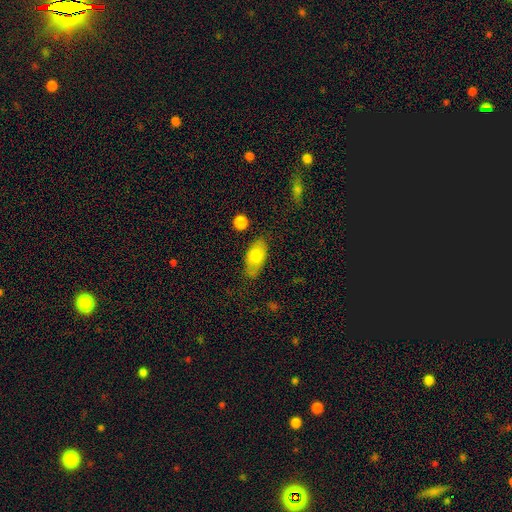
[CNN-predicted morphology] smooth_or_featured: smooth (p=0.73) [alt: featured or disk p=0.21]
how_rounded: in between (p=0.91) [alt: cigar-shaped p=0.05]
merging: none (p=0.76) [alt: minor disturbance p=0.18]